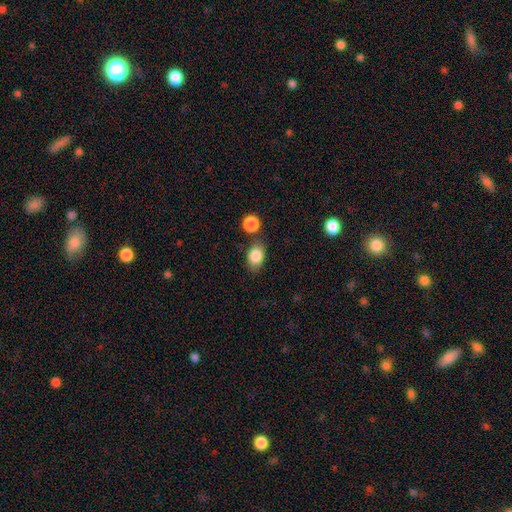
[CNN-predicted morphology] A smooth galaxy with no disk features (85%) that is in between round and cigar-shaped (78%). Merging: none (71%).